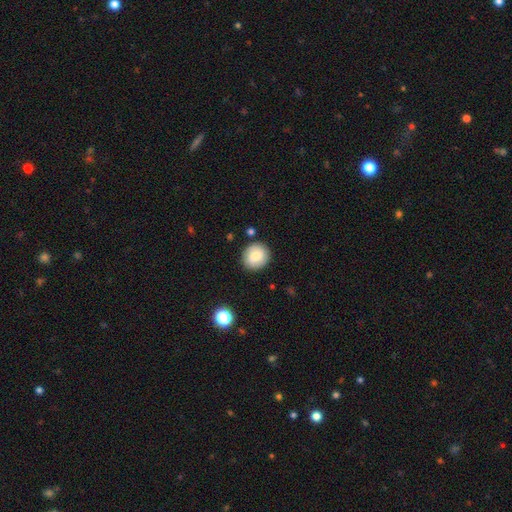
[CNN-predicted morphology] A smooth galaxy with no disk features (77%) that is round (85%).

Vote fractions:
- Smooth or featured? smooth: 77% / featured or disk: 16% / star or artifact: 8%
- How rounded? round: 85% / in between: 14% / cigar-shaped: 1%
- Merging? none: 86% / minor disturbance: 9% / major disturbance: 2% / merger: 2%